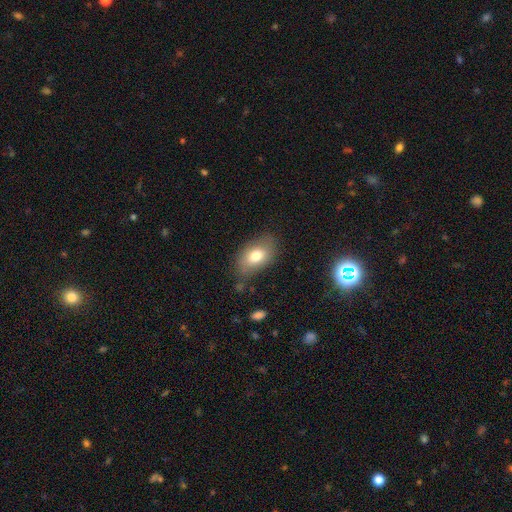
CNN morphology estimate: Q: Smooth or featured?
A: smooth (75%); runner-up: featured or disk (17%)
Q: How rounded?
A: in between (89%); runner-up: round (9%)
Q: Merging?
A: none (73%); runner-up: minor disturbance (19%)